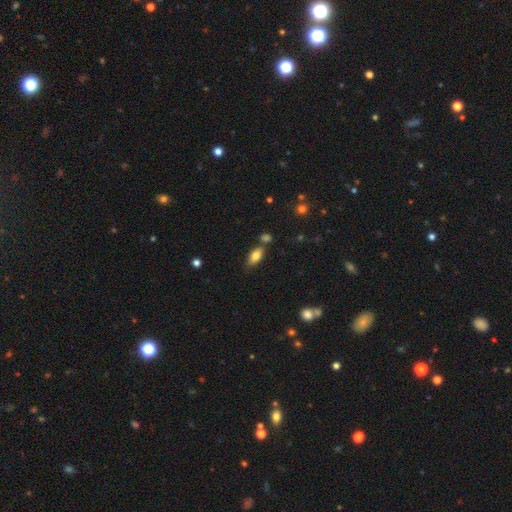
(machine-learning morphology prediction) Smooth or featured? smooth (82%)
How rounded? in between (89%)
Merging? none (64%)